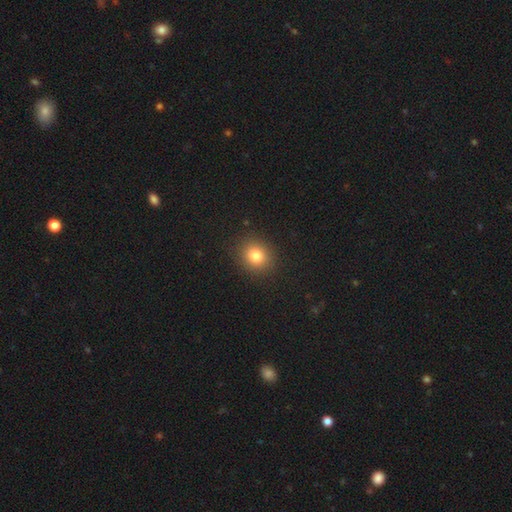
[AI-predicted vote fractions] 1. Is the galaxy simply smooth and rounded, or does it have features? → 81% smooth, 12% star or artifact, 7% featured or disk.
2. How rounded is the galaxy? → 76% round, 23% in between, 1% cigar-shaped.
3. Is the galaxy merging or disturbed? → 89% none, 7% minor disturbance, 3% major disturbance, 1% merger.